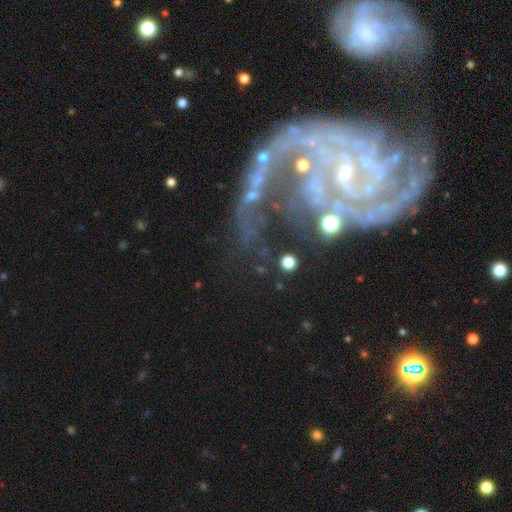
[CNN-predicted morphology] Overall: featured or disk (90%). Edge-on disk: no (98%). Bar: no (46%; weak 36%). Spiral arms: yes (97%). Spiral arm count: 2 (54%). Spiral winding: medium (46%; tight 37%). Bulge size: small (77%). Merging: none (44%; major disturbance 21%).